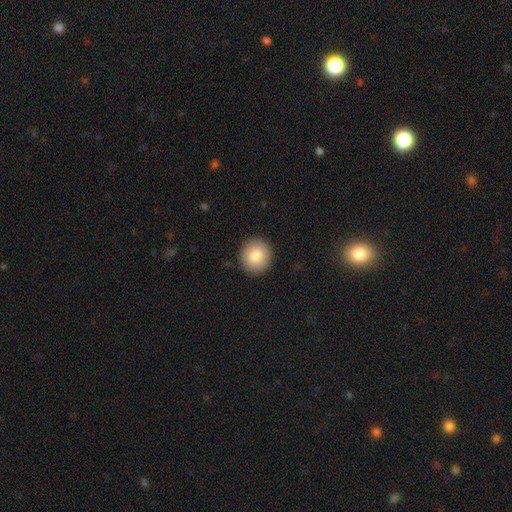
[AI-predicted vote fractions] The model was most divided on "smooth or featured": smooth: 84%, featured or disk: 8%, star or artifact: 8%. More confident: merging — none (92%); how rounded — round (91%).